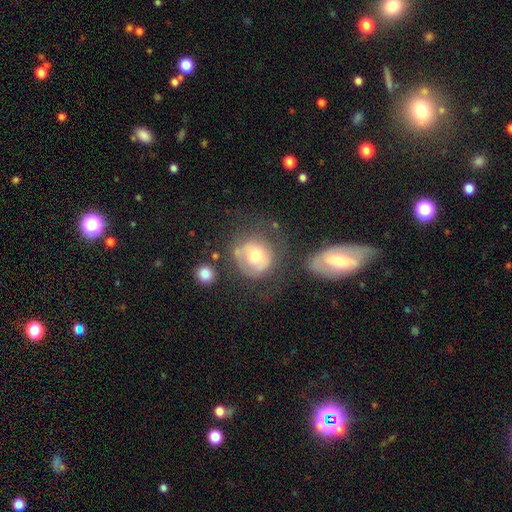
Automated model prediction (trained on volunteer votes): Overall: smooth (51%; featured or disk 42%). How rounded: round (81%). Merging: none (43%; minor disturbance 23%).